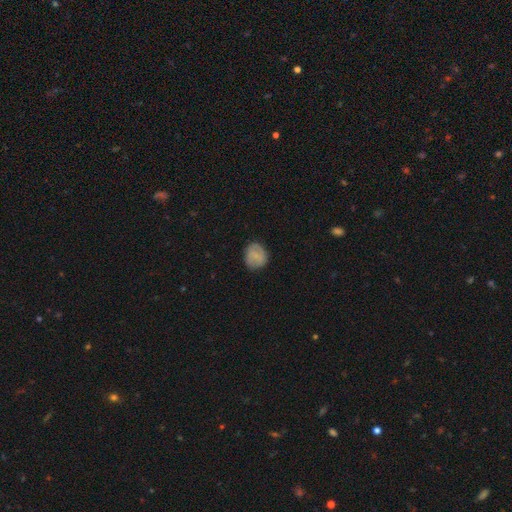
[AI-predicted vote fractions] Smooth or featured? Predicted: smooth (p=0.72). How rounded? Predicted: round (p=0.78). Merging? Predicted: none (p=0.81).